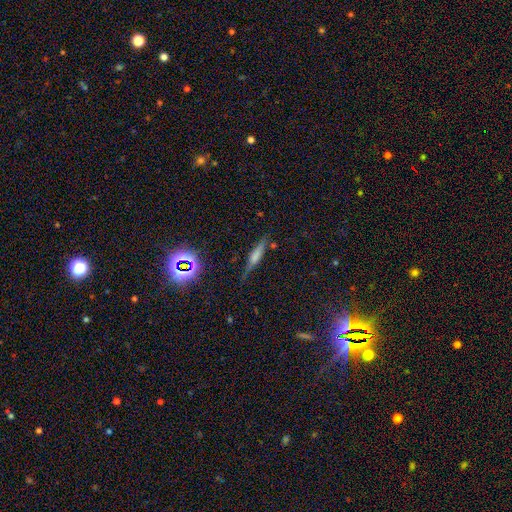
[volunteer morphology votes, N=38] smooth_or_featured: featured or disk (p=0.61) [alt: smooth p=0.34]
disk_edge_on: yes (p=0.96) [alt: no p=0.04]
edge_on_bulge: boxy (p=0.55) [alt: rounded p=0.27]
merging: none (p=0.86) [alt: minor disturbance p=0.08]